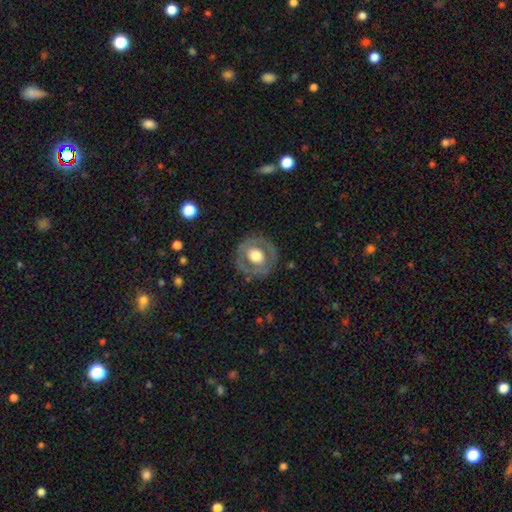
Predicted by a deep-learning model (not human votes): smooth_or_featured: featured or disk (p=0.55) [alt: smooth p=0.39]
disk_edge_on: no (p=0.95) [alt: yes p=0.05]
bar: no (p=0.80) [alt: weak p=0.15]
has_spiral_arms: no (p=0.81) [alt: yes p=0.19]
bulge_size: large (p=0.49) [alt: moderate p=0.42]
merging: none (p=0.80) [alt: minor disturbance p=0.13]